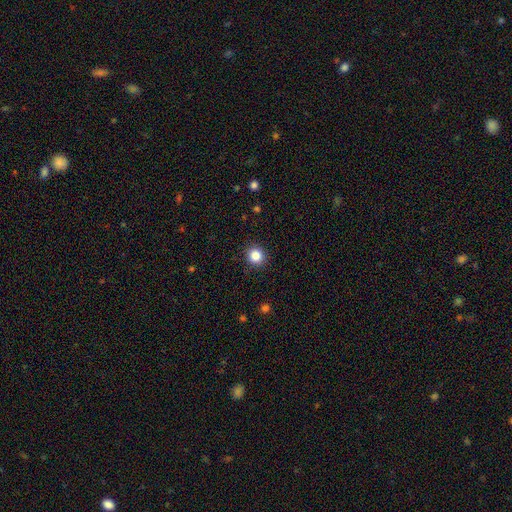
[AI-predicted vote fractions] This appears to be a smooth galaxy with no disk features (85%) that is round (89%). Merging: none (91%).